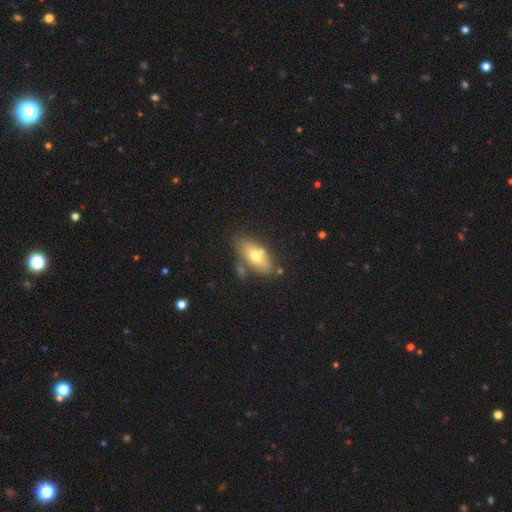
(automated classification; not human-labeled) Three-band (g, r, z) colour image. It shows a smooth galaxy with no disk features (65%) that is in between round and cigar-shaped (87%). Merging: none (66%).